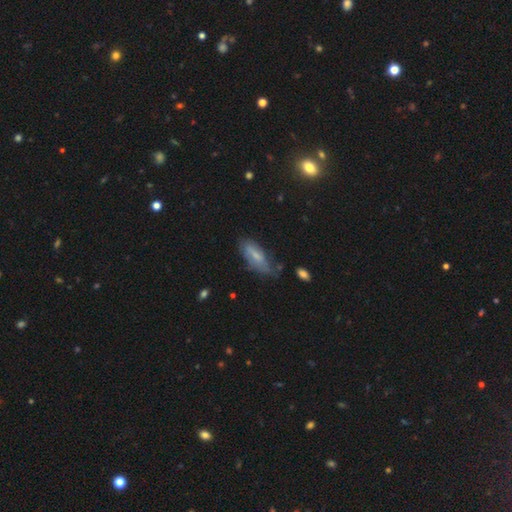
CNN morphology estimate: A smooth galaxy with no disk features (59%) that is in between round and cigar-shaped (73%).

Vote fractions:
- Smooth or featured? smooth: 59% / featured or disk: 33% / star or artifact: 8%
- How rounded? in between: 73% / cigar-shaped: 25% / round: 2%
- Merging? none: 55% / minor disturbance: 32% / major disturbance: 10% / merger: 3%